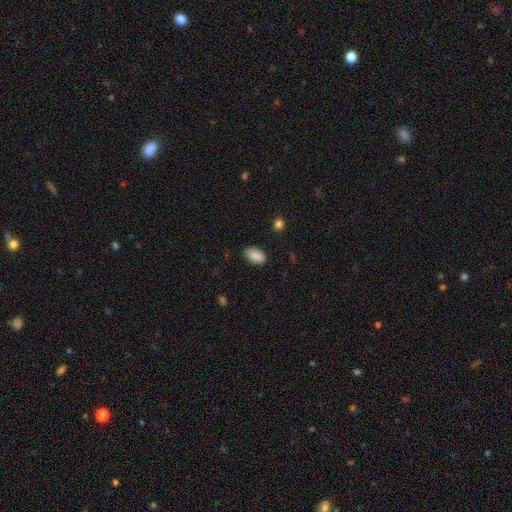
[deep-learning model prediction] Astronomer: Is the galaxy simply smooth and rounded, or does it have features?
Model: smooth — 87%.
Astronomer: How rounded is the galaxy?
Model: in between — 93%.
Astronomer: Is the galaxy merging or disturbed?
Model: none — 82%.